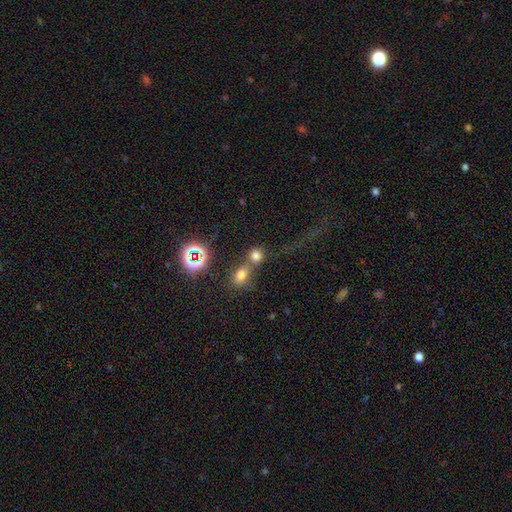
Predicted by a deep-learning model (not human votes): This appears to be a smooth galaxy with no disk features (69%) that is round (77%). Merging: merger (48%).